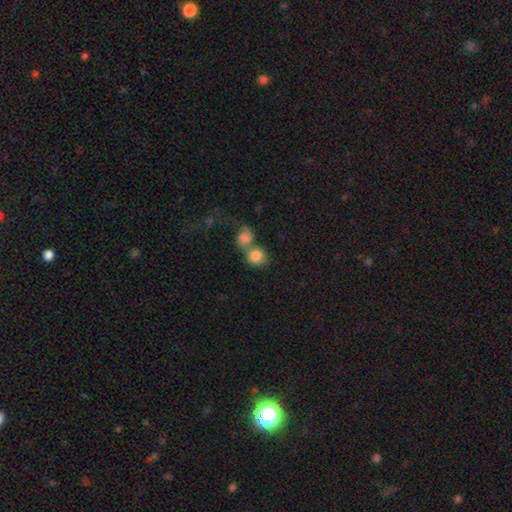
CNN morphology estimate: Smooth or featured?
  - smooth: 83% *
  - featured or disk: 9%
  - star or artifact: 8%
How rounded?
  - round: 75% *
  - in between: 23%
  - cigar-shaped: 1%
Merging?
  - merger: 63% *
  - none: 26%
  - minor disturbance: 7%
  - major disturbance: 5%